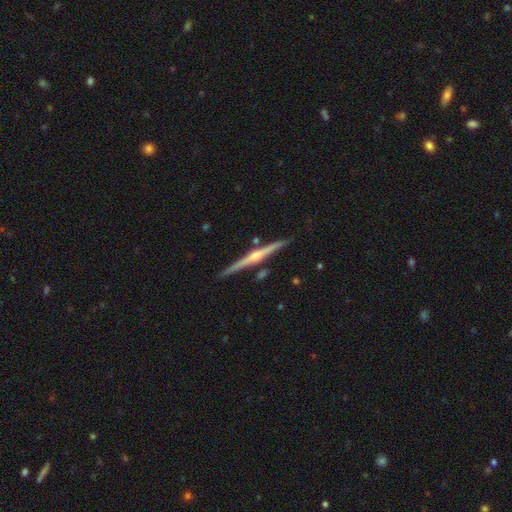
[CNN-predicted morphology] Smooth or featured?
  - featured or disk: 79% *
  - smooth: 16%
  - star or artifact: 5%
Edge-on disk?
  - yes: 98% *
  - no: 2%
Edge-on bulge?
  - rounded: 79% *
  - none: 13%
  - boxy: 7%
Merging?
  - none: 88% *
  - minor disturbance: 8%
  - merger: 3%
  - major disturbance: 2%